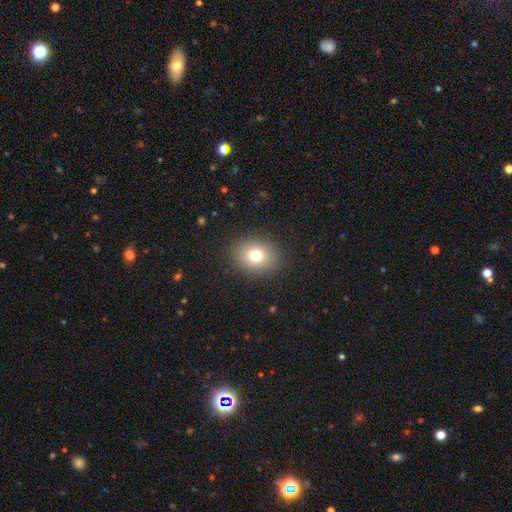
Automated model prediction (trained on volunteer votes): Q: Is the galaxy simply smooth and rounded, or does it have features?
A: smooth — 76%.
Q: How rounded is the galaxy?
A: round — 57%.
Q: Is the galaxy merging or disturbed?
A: none — 88%.